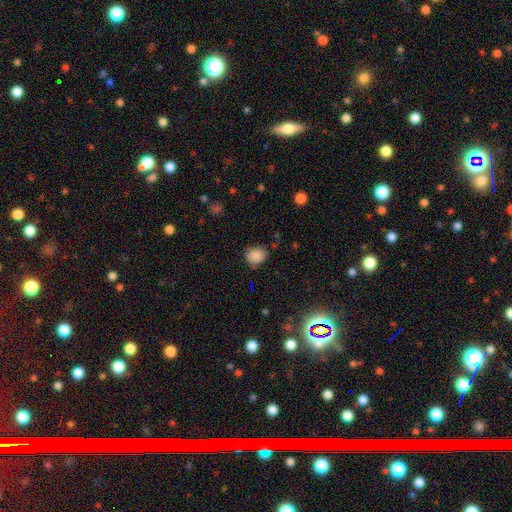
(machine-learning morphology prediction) A smooth galaxy with no disk features (86%) that is round (72%).

Vote fractions:
- Smooth or featured? smooth: 86% / star or artifact: 10% / featured or disk: 4%
- How rounded? round: 72% / in between: 27% / cigar-shaped: 1%
- Merging? none: 78% / minor disturbance: 17% / major disturbance: 3% / merger: 2%